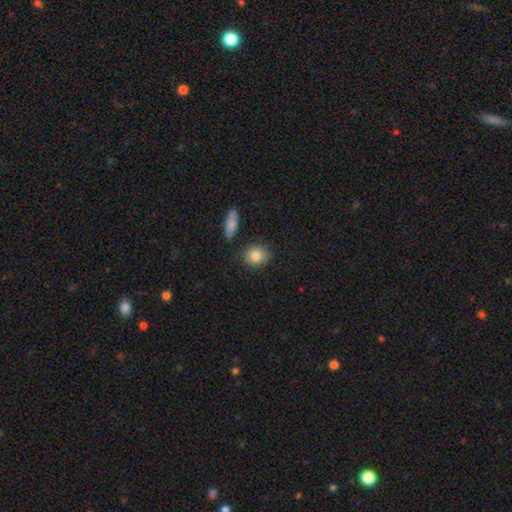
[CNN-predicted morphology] type=smooth (84%); roundness=round (63%); merging=none (81%).